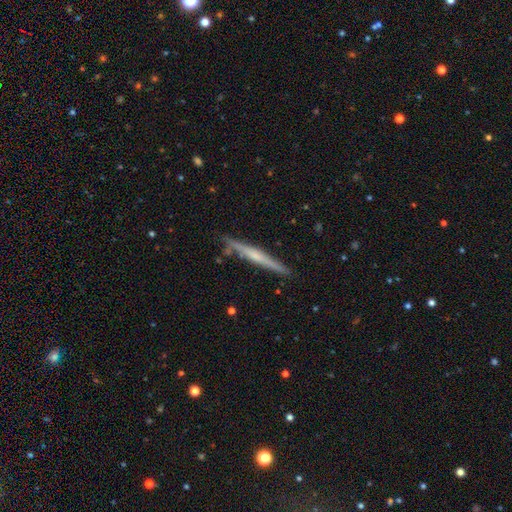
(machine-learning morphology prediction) Smooth or featured? featured or disk (61%)
Edge-on disk? yes (97%)
Edge-on bulge? rounded (46%)
Merging? none (84%)